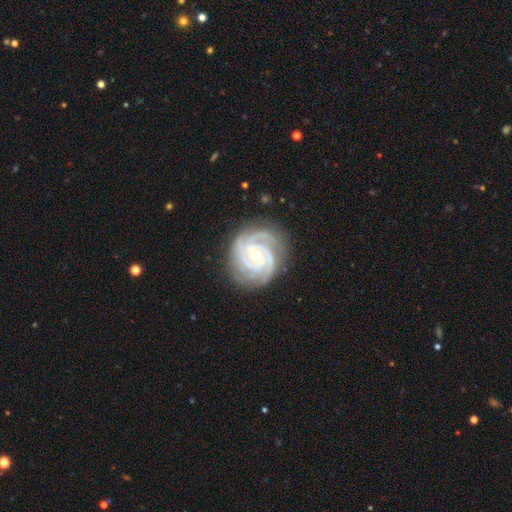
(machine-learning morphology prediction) smooth_or_featured: featured or disk (p=0.92) [alt: star or artifact p=0.04]
disk_edge_on: no (p=0.98) [alt: yes p=0.02]
bar: no (p=0.42) [alt: weak p=0.39]
has_spiral_arms: yes (p=0.99) [alt: no p=0.01]
spiral_winding: tight (p=0.81) [alt: medium p=0.17]
spiral_arm_count: 3 (p=0.50) [alt: 2 p=0.16]
bulge_size: moderate (p=0.69) [alt: small p=0.27]
merging: none (p=0.82) [alt: minor disturbance p=0.14]